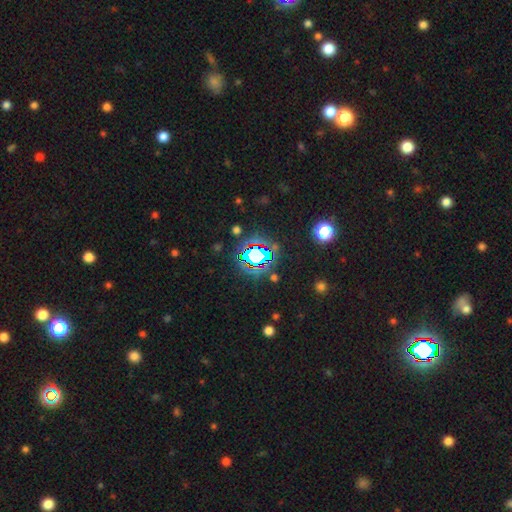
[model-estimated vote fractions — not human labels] Smooth or featured? star or artifact (68%)